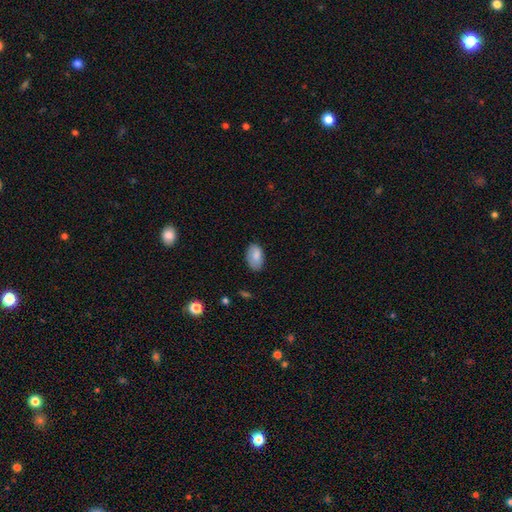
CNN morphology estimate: Q: Smooth or featured?
A: smooth (85%); runner-up: featured or disk (8%)
Q: How rounded?
A: in between (93%); runner-up: round (6%)
Q: Merging?
A: none (78%); runner-up: minor disturbance (17%)